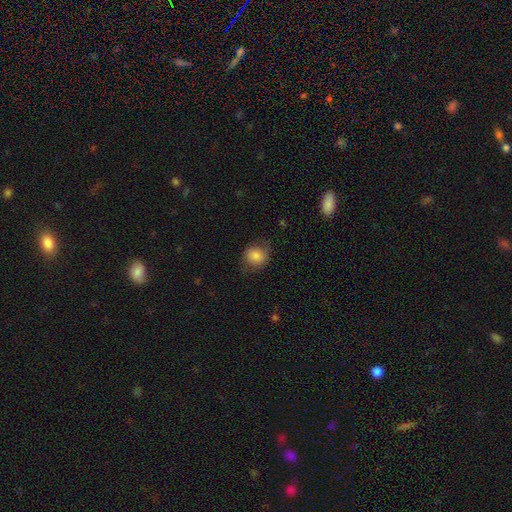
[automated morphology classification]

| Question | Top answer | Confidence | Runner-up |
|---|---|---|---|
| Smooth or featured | smooth | 83% | star or artifact (9%) |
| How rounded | round | 76% | in between (23%) |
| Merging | none | 73% | minor disturbance (20%) |